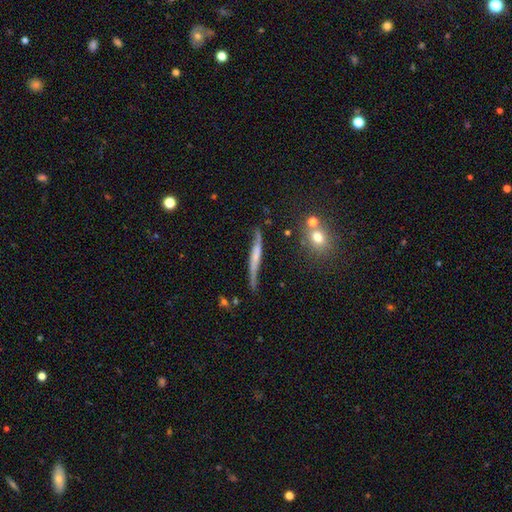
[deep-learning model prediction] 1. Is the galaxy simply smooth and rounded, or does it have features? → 61% featured or disk, 31% smooth, 8% star or artifact.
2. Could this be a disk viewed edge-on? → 73% yes, 27% no.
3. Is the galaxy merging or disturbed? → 58% none, 28% minor disturbance, 10% major disturbance, 4% merger.